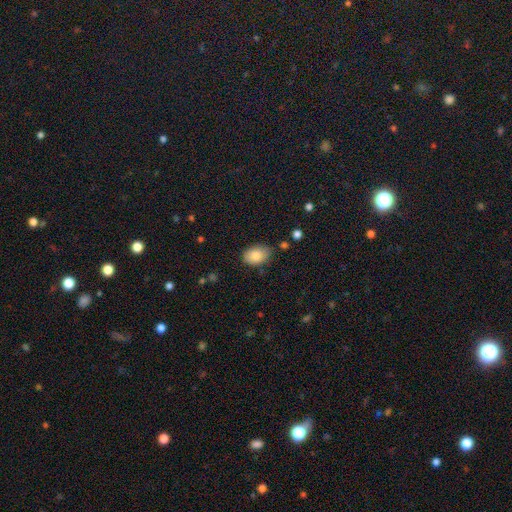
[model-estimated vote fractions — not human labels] Overall: smooth (85%). How rounded: in between (87%). Merging: none (75%).